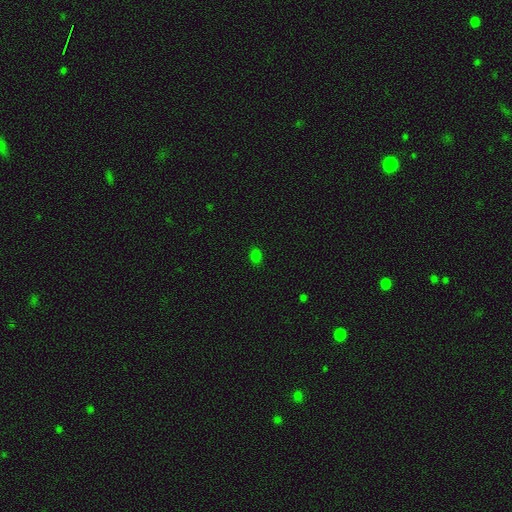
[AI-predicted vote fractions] This is likely a smooth galaxy (79%). How rounded: likely in between (70%). Merging: clearly none (87%).